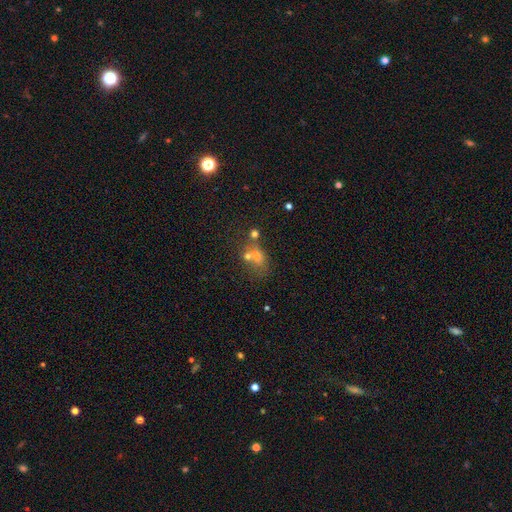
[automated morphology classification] Overall: smooth (47%; star or artifact 30%). Merging: merger (40%; none 37%).